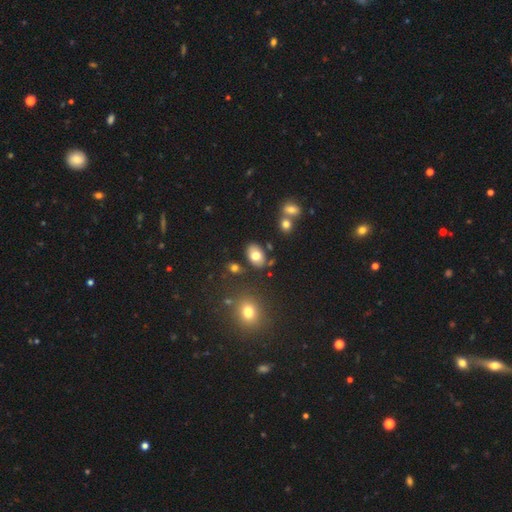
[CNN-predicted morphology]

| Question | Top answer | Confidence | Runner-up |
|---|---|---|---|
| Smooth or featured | smooth | 76% | featured or disk (16%) |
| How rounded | in between | 87% | round (11%) |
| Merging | none | 80% | minor disturbance (12%) |